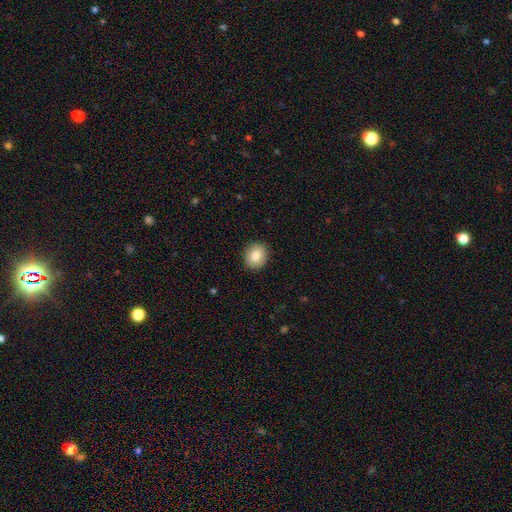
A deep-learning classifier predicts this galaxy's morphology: The model was most divided on "how rounded": round: 70%, in between: 29%, cigar-shaped: 1%. More confident: merging — none (91%); smooth or featured — smooth (83%).